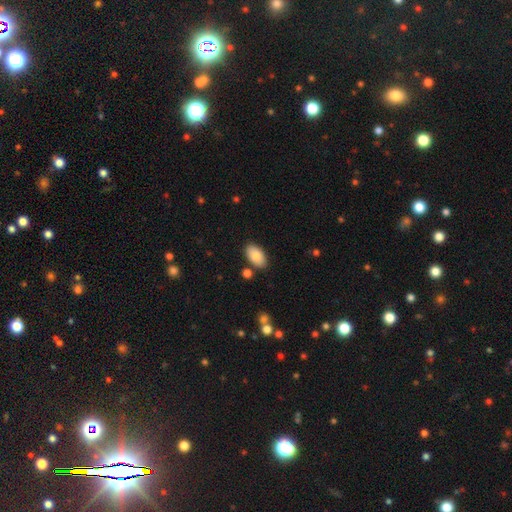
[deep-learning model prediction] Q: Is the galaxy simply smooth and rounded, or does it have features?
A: smooth — 86%.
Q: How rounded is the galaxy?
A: in between — 95%.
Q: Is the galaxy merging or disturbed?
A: none — 83%.